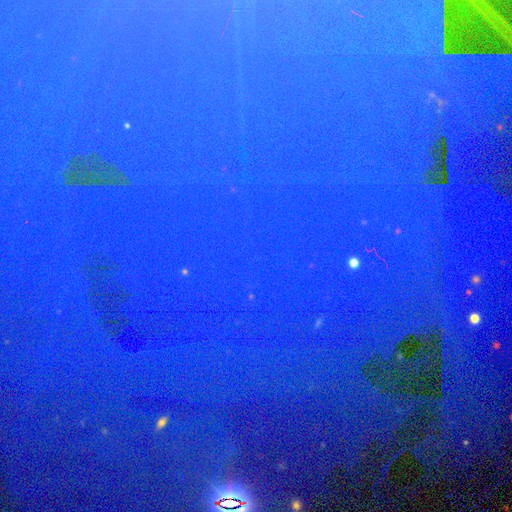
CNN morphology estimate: type=star or artifact (82%).